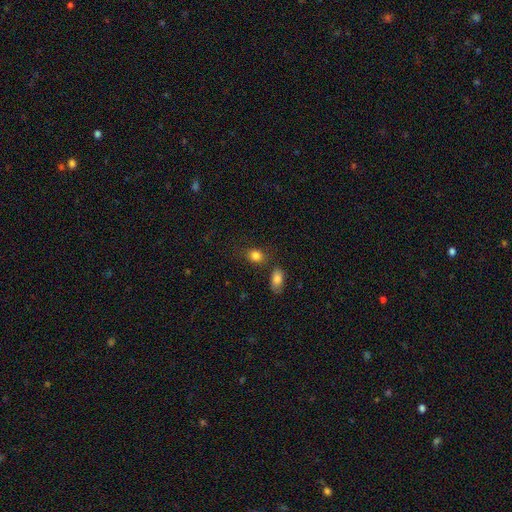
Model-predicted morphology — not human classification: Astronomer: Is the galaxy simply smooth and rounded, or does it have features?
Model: smooth — 84%.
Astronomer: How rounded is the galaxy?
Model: in between — 58% (runner-up: round, 40%).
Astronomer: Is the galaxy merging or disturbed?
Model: none — 69%.